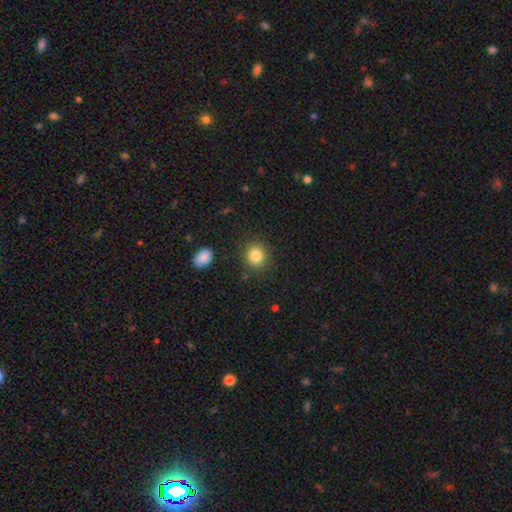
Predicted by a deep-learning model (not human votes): Q: Smooth or featured?
A: smooth (83%); runner-up: star or artifact (11%)
Q: How rounded?
A: round (80%); runner-up: in between (19%)
Q: Merging?
A: none (87%); runner-up: minor disturbance (8%)